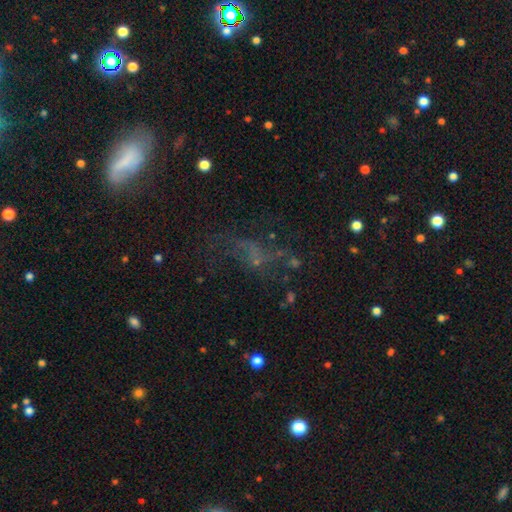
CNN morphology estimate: type=featured or disk (43%); merging=none (42%).